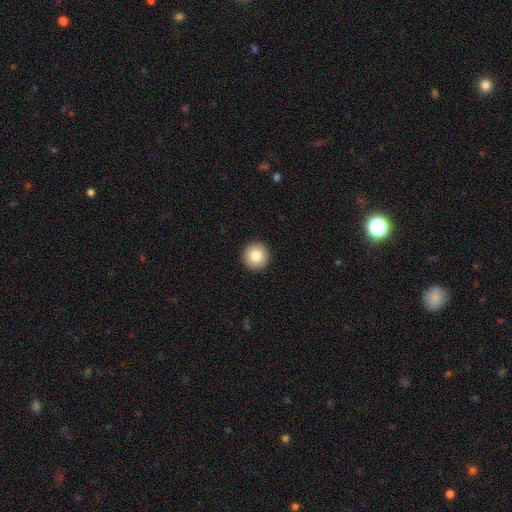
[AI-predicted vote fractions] smooth_or_featured: smooth (p=0.82) [alt: featured or disk p=0.09]
how_rounded: round (p=0.96) [alt: in between p=0.03]
merging: none (p=0.94) [alt: minor disturbance p=0.04]